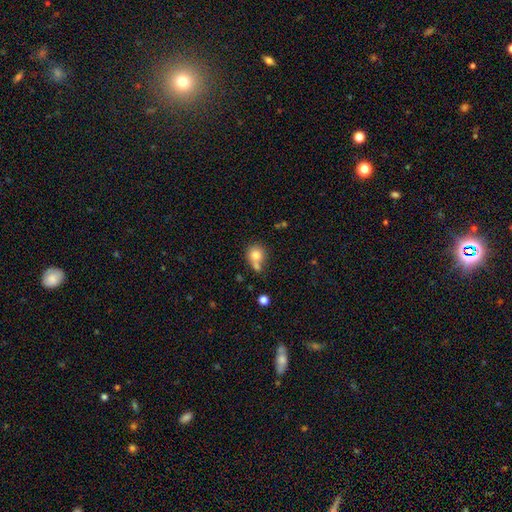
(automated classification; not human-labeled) This appears to be a smooth galaxy with no disk features (79%) that is round (83%). Merging: none (46%).